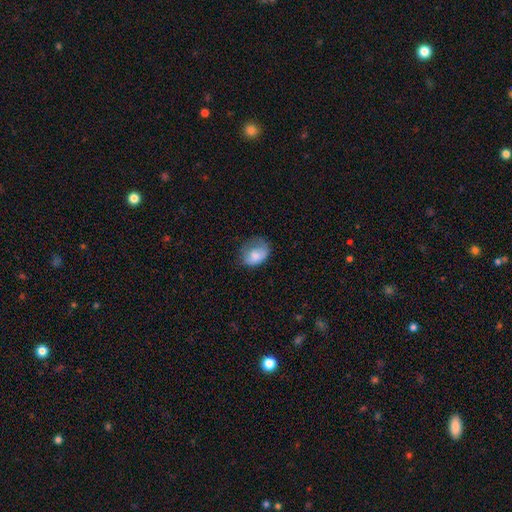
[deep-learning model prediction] Overall: smooth (77%). How rounded: in between (70%). Merging: none (41%; minor disturbance 35%).